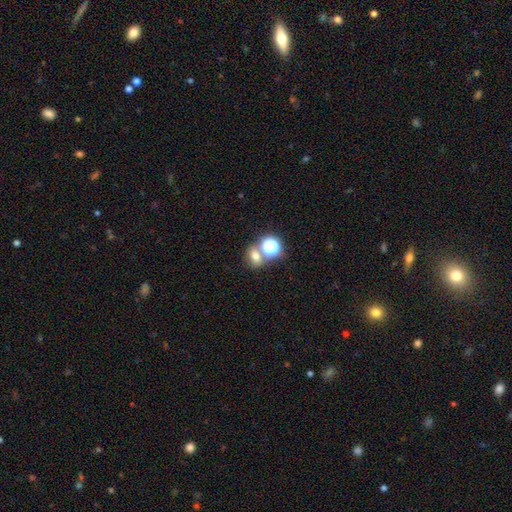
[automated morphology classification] A smooth galaxy with no disk features (64%) that is round (51%).

Vote fractions:
- Smooth or featured? smooth: 64% / star or artifact: 24% / featured or disk: 12%
- How rounded? round: 51% / in between: 48% / cigar-shaped: 2%
- Merging? none: 57% / merger: 29% / minor disturbance: 10% / major disturbance: 4%